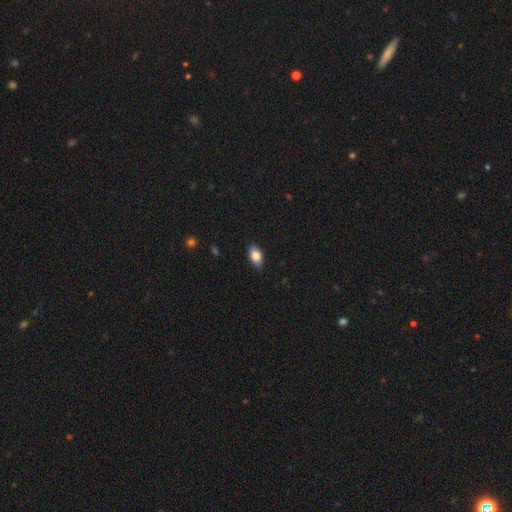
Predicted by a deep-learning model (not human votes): smooth 84%, featured or disk 9%, star or artifact 8%. Down the decision tree: how rounded — in between (90%); merging — none (86%).